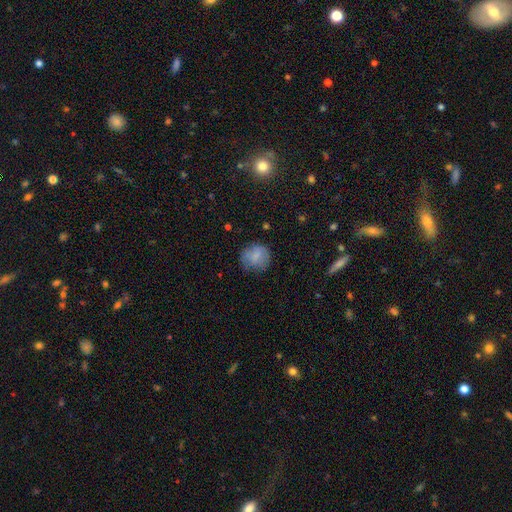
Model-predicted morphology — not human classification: Smooth or featured: smooth — 76% (featured or disk — 15%)
How rounded: round — 81% (in between — 18%)
Merging: none — 68% (minor disturbance — 22%)